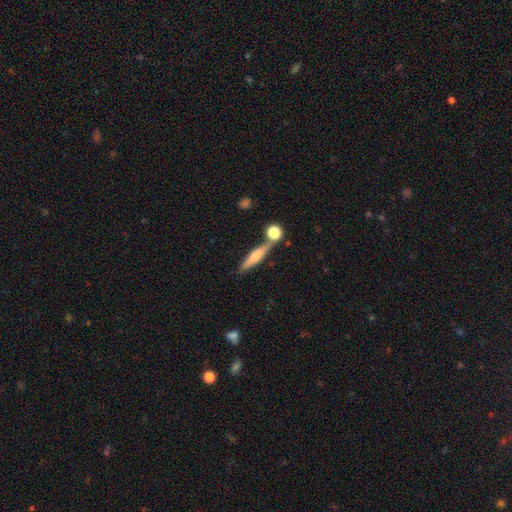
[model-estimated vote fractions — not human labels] Smooth or featured? smooth (47%)
Merging? none (68%)